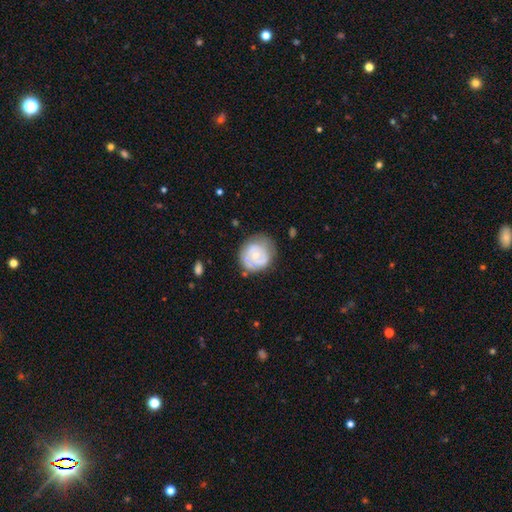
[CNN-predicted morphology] Overall: featured or disk (54%; smooth 40%). Edge-on disk: no (98%). Bar: no (79%). Spiral arms: yes (51%; no 49%). Bulge size: small (56%; moderate 37%). Merging: none (58%; minor disturbance 27%).